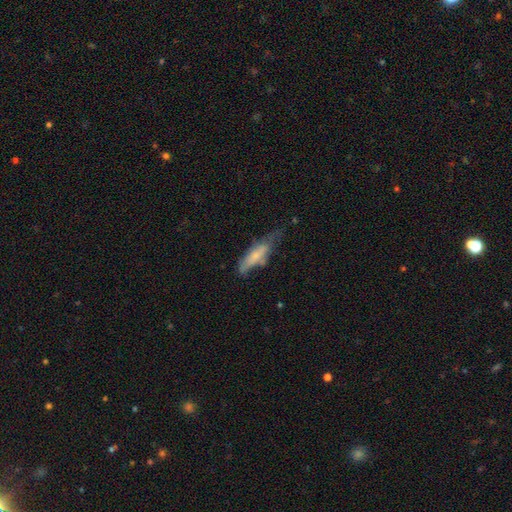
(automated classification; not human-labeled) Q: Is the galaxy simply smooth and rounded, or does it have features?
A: smooth — 59%.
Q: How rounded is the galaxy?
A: cigar-shaped — 58%.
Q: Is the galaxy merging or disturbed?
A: none — 39%.